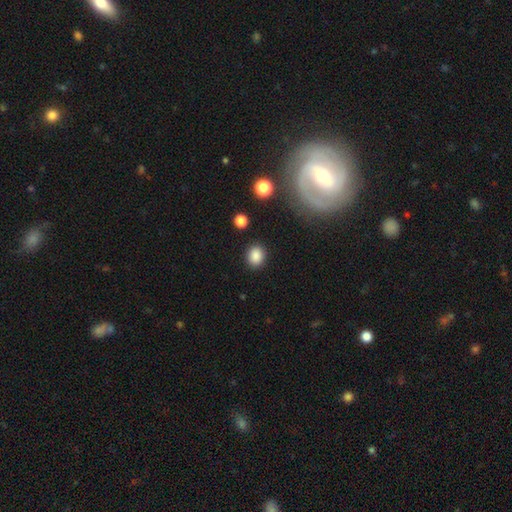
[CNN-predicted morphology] A smooth galaxy with no disk features (86%) that is round (62%).

Vote fractions:
- Smooth or featured? smooth: 86% / star or artifact: 10% / featured or disk: 4%
- How rounded? round: 62% / in between: 37% / cigar-shaped: 1%
- Merging? none: 88% / minor disturbance: 8% / major disturbance: 3% / merger: 2%